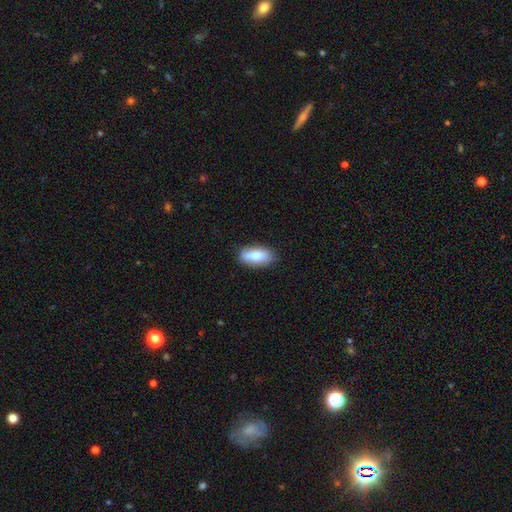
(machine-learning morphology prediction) Smooth or featured?
  - smooth: 82% *
  - featured or disk: 12%
  - star or artifact: 6%
How rounded?
  - in between: 82% *
  - cigar-shaped: 15%
  - round: 3%
Merging?
  - none: 82% *
  - minor disturbance: 14%
  - major disturbance: 3%
  - merger: 1%